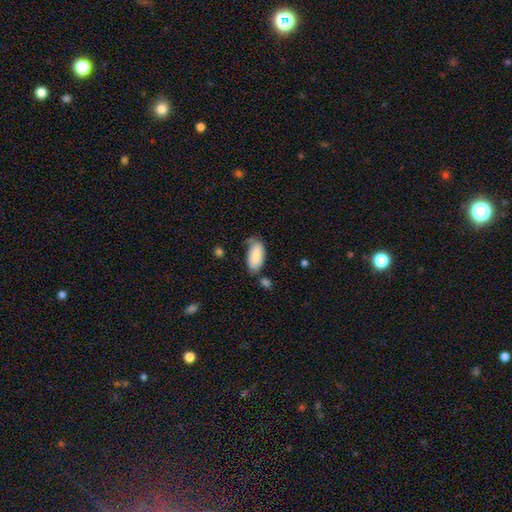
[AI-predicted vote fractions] Overall: smooth (85%). How rounded: in between (92%). Merging: none (57%; minor disturbance 27%).